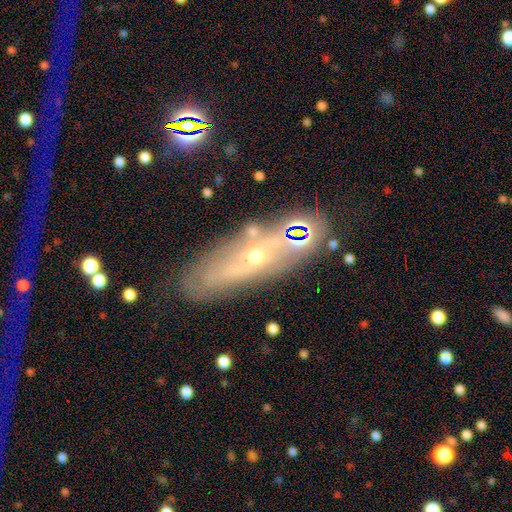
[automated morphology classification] Smooth or featured? Predicted: featured or disk (p=0.69). Edge-on disk? Predicted: no (p=0.65). Merging? Predicted: none (p=0.72).